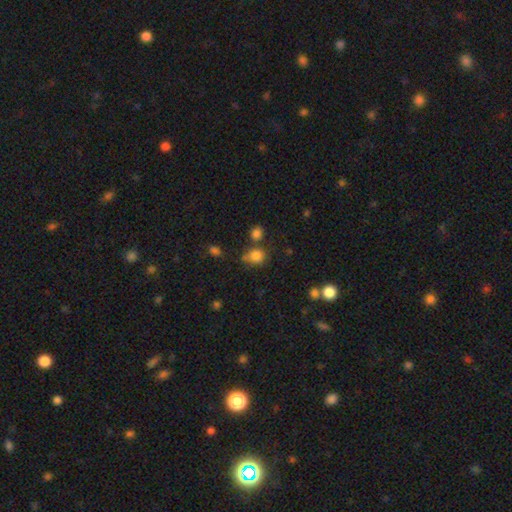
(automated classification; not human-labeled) Q: Smooth or featured?
A: smooth (80%); runner-up: star or artifact (13%)
Q: How rounded?
A: round (77%); runner-up: in between (22%)
Q: Merging?
A: none (60%); runner-up: minor disturbance (17%)